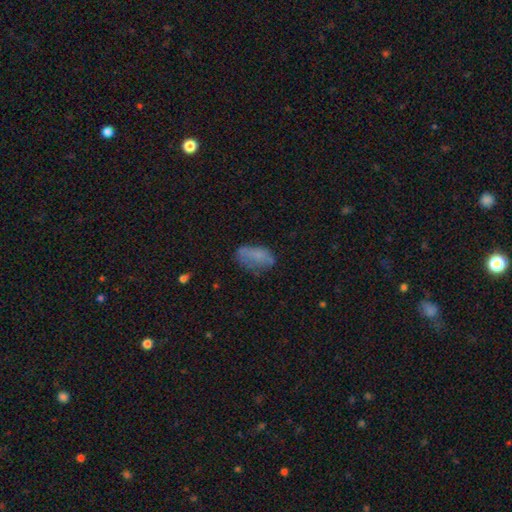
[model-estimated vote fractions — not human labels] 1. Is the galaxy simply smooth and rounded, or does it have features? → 66% smooth, 22% featured or disk, 12% star or artifact.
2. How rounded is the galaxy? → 90% in between, 5% round, 5% cigar-shaped.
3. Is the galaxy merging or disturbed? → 50% none, 29% minor disturbance, 17% major disturbance, 4% merger.